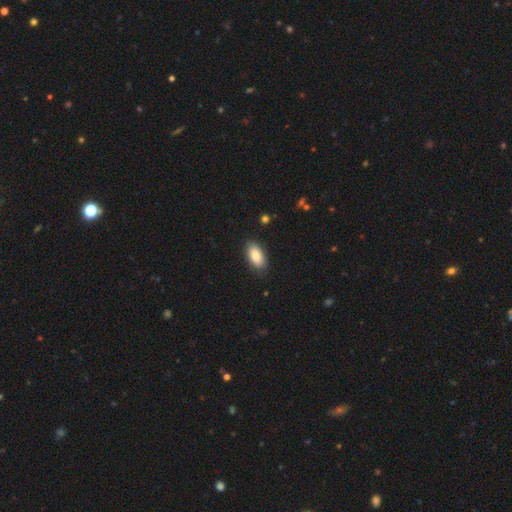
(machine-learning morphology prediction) Smooth or featured? smooth (85%)
How rounded? in between (93%)
Merging? none (84%)